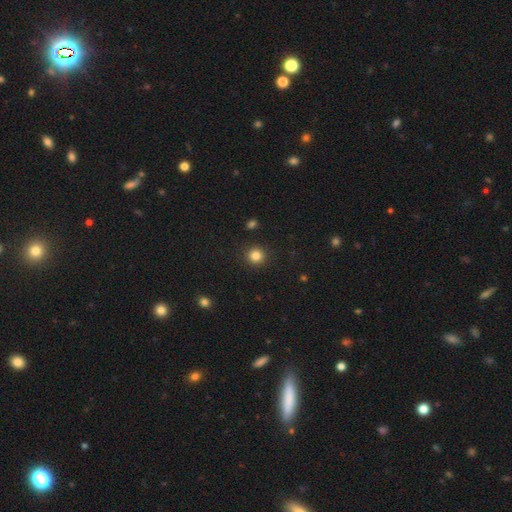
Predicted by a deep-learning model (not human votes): Overall: smooth (83%). How rounded: round (93%). Merging: none (91%).